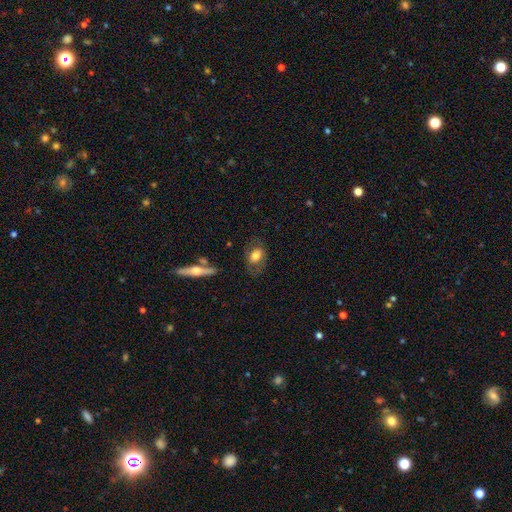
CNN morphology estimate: smooth 60%, featured or disk 33%, star or artifact 7%. Down the decision tree: how rounded — in between (80%); merging — none (66%).